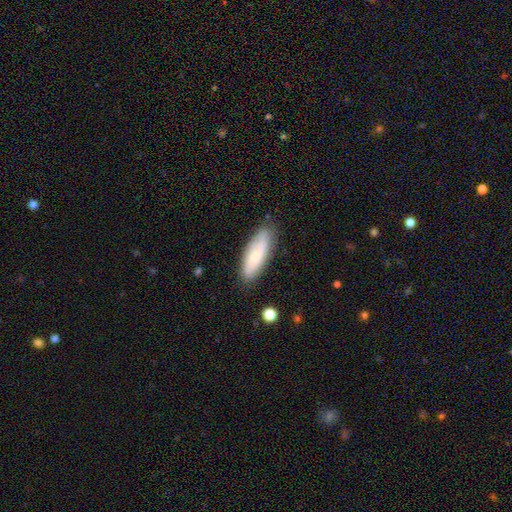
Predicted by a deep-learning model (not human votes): Q: Smooth or featured?
A: smooth (64%); runner-up: featured or disk (29%)
Q: How rounded?
A: in between (63%); runner-up: cigar-shaped (35%)
Q: Merging?
A: none (79%); runner-up: minor disturbance (16%)